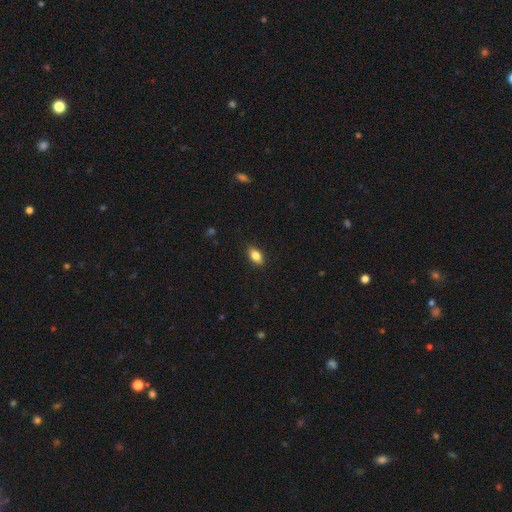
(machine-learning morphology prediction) A smooth galaxy with no disk features (84%) that is in between round and cigar-shaped (87%).

Vote fractions:
- Smooth or featured? smooth: 84% / star or artifact: 8% / featured or disk: 8%
- How rounded? in between: 87% / round: 9% / cigar-shaped: 4%
- Merging? none: 87% / minor disturbance: 10% / major disturbance: 2% / merger: 1%